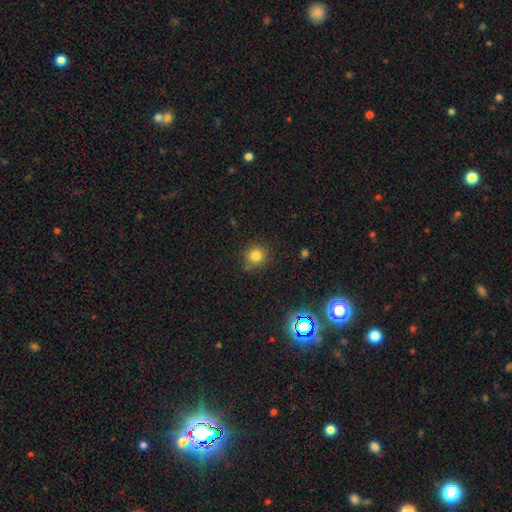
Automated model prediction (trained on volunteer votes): This is likely a smooth galaxy (79%). How rounded: clearly round (90%). Merging: clearly none (80%).